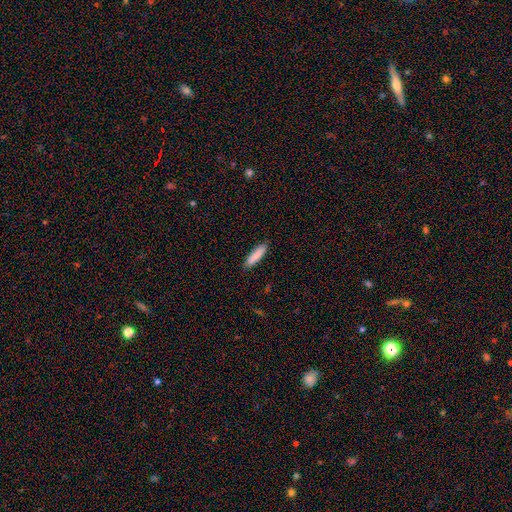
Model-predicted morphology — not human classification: This is clearly a smooth galaxy (87%). How rounded: likely cigar-shaped (73%). Merging: clearly none (89%).